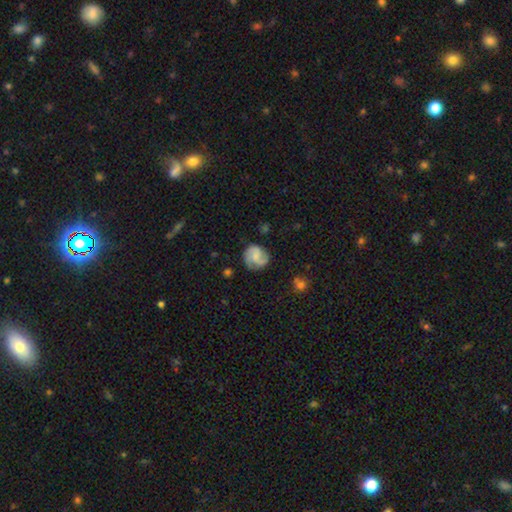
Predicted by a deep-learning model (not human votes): This appears to be a featured or disk galaxy (63%) with no bar (50%), 2 (58%) medium (48%) spiral arms (92%) and a small central bulge (38%). Merging: none (71%).